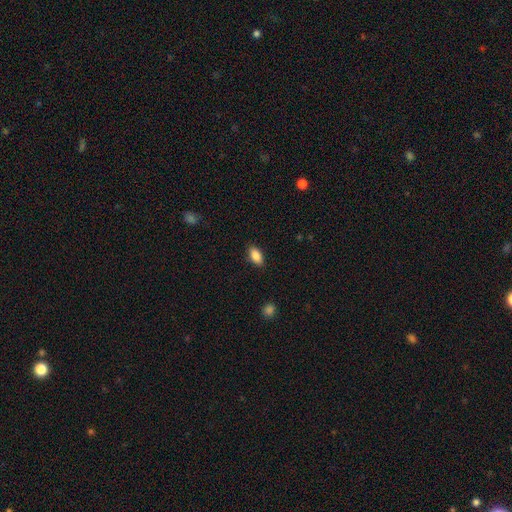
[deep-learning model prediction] Smooth or featured: smooth — 88% (star or artifact — 7%)
How rounded: in between — 91% (cigar-shaped — 5%)
Merging: none — 87% (minor disturbance — 10%)